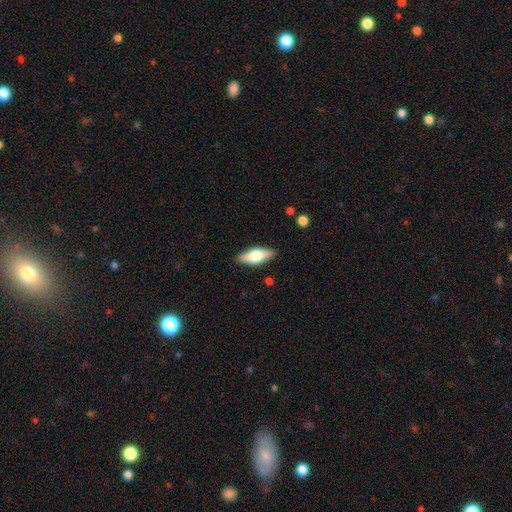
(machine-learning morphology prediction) Smooth or featured? Predicted: smooth (p=0.59). How rounded? Predicted: in between (p=0.71). Merging? Predicted: none (p=0.87).